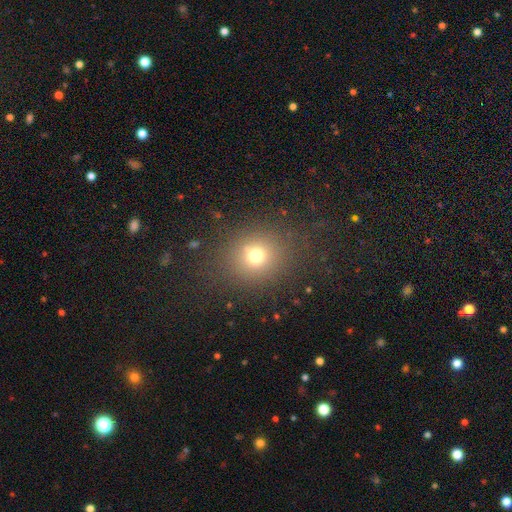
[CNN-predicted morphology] A smooth galaxy with no disk features (71%) that is round (83%). Merging: none (83%).